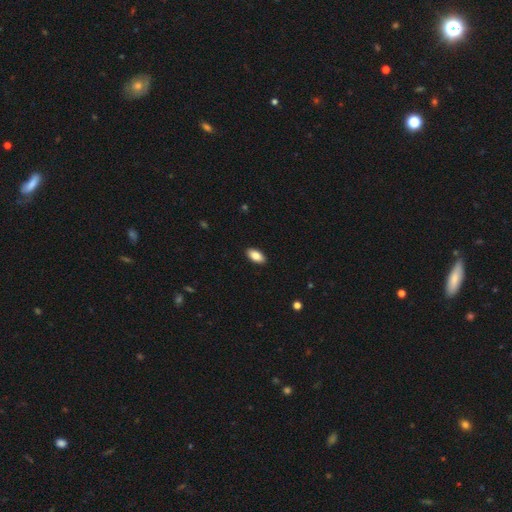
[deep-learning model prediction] This is clearly a smooth galaxy (86%). How rounded: clearly in between (93%). Merging: clearly none (90%).